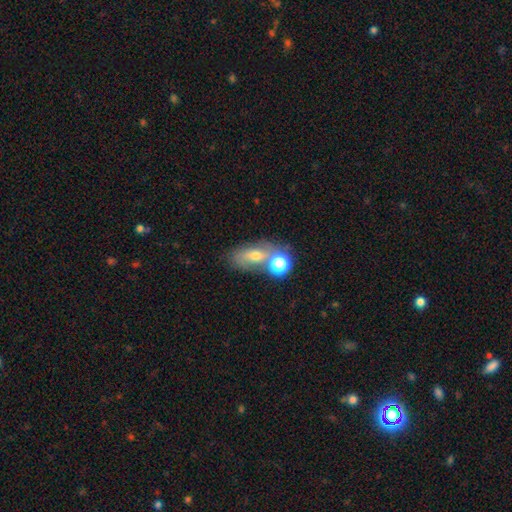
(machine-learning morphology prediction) A smooth galaxy with no disk features (54%) that is in between round and cigar-shaped (70%).

Vote fractions:
- Smooth or featured? smooth: 54% / featured or disk: 29% / star or artifact: 17%
- How rounded? in between: 70% / round: 21% / cigar-shaped: 9%
- Merging? none: 46% / merger: 31% / minor disturbance: 15% / major disturbance: 9%